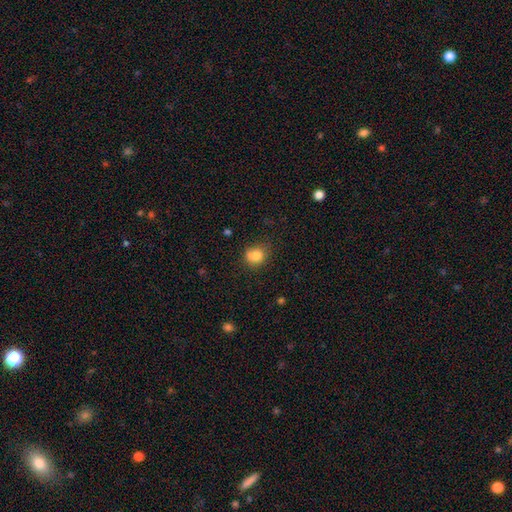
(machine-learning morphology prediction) A smooth galaxy with no disk features (79%) that is round (71%).

Vote fractions:
- Smooth or featured? smooth: 79% / star or artifact: 11% / featured or disk: 9%
- How rounded? round: 71% / in between: 28% / cigar-shaped: 1%
- Merging? none: 56% / minor disturbance: 23% / merger: 14% / major disturbance: 7%